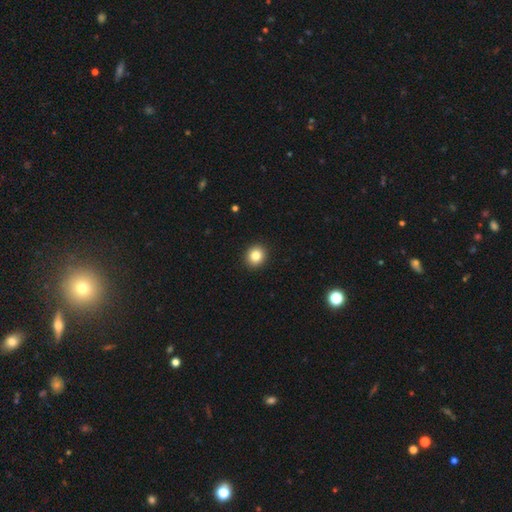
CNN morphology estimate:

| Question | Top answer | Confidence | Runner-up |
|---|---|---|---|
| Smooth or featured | smooth | 83% | star or artifact (10%) |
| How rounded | round | 83% | in between (16%) |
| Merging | none | 93% | minor disturbance (5%) |